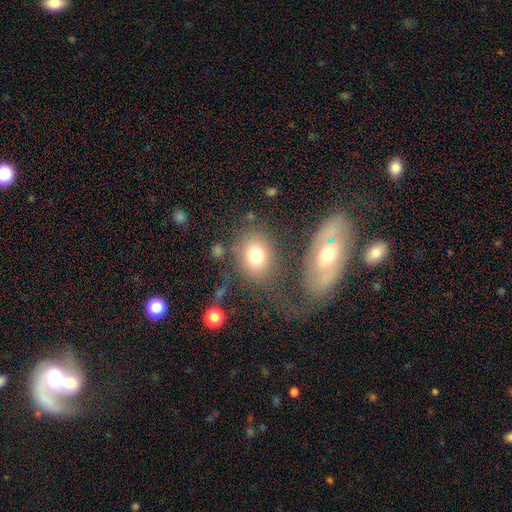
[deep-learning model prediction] This appears to be a smooth galaxy with no disk features (76%) that is in between round and cigar-shaped (50%). Merging: none (63%).